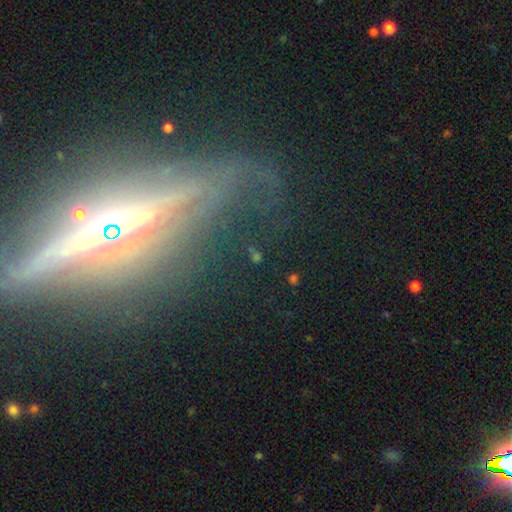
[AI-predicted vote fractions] This appears to be a star or artifact, not a galaxy (36%).